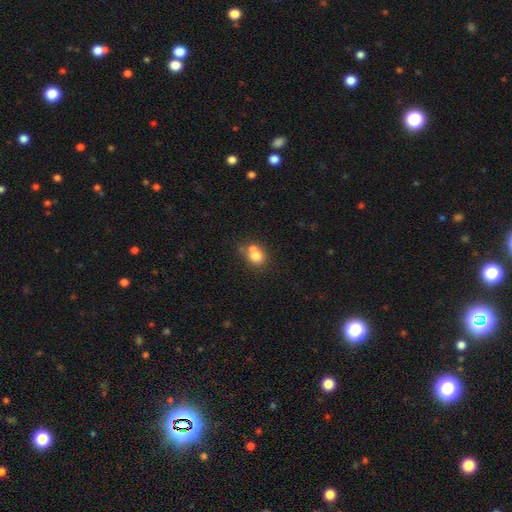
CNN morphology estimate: smooth 73%, featured or disk 16%, star or artifact 11%. Down the decision tree: how rounded — round (66%); merging — merger (49%).